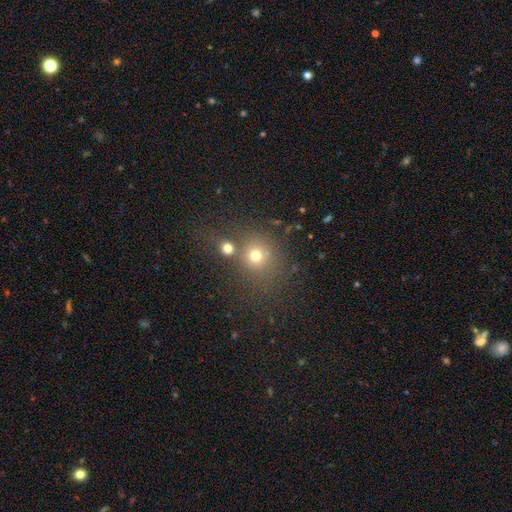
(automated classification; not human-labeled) Smooth or featured?
  - smooth: 70% *
  - star or artifact: 20%
  - featured or disk: 10%
How rounded?
  - round: 84% *
  - in between: 15%
  - cigar-shaped: 1%
Merging?
  - none: 62% *
  - merger: 23%
  - minor disturbance: 10%
  - major disturbance: 5%